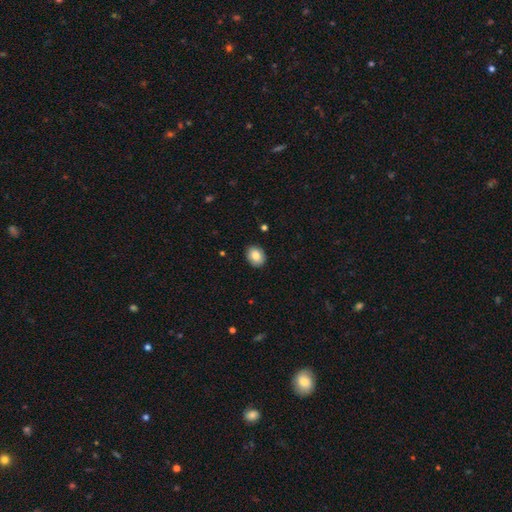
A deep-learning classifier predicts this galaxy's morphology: smooth 85%, star or artifact 8%, featured or disk 8%. Down the decision tree: how rounded — in between (54%); merging — none (89%).